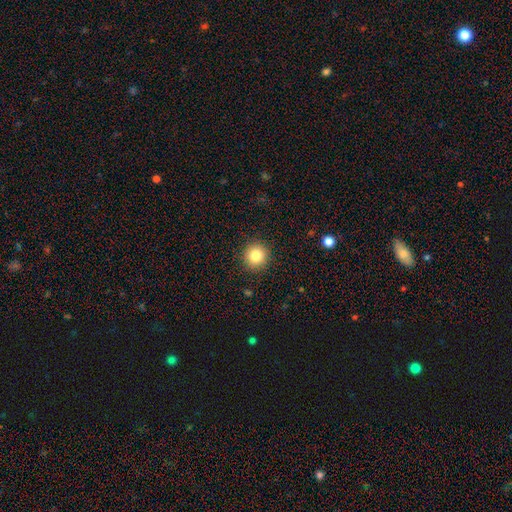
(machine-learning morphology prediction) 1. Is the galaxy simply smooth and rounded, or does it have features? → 83% smooth, 11% star or artifact, 6% featured or disk.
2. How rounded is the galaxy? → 93% round, 7% in between, 1% cigar-shaped.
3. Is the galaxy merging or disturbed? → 91% none, 6% minor disturbance, 2% major disturbance, 1% merger.